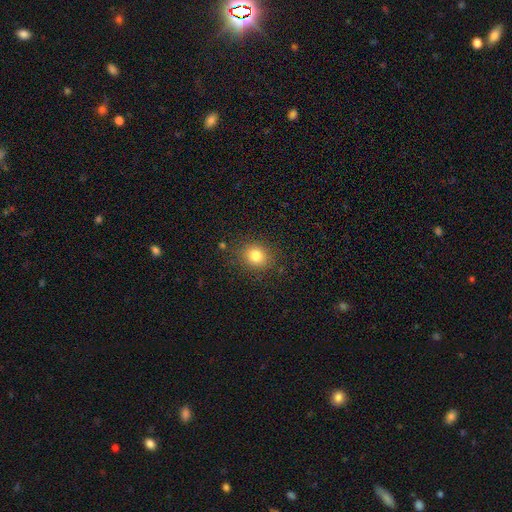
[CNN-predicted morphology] Smooth or featured? smooth (81%)
How rounded? round (69%)
Merging? none (86%)